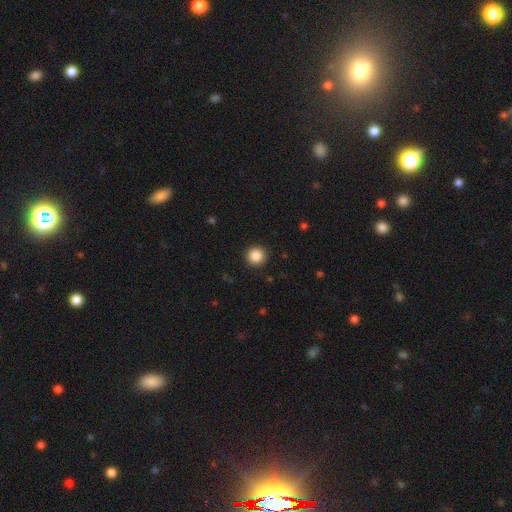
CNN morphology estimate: Smooth or featured? Predicted: smooth (p=0.87). How rounded? Predicted: round (p=0.96). Merging? Predicted: none (p=0.92).